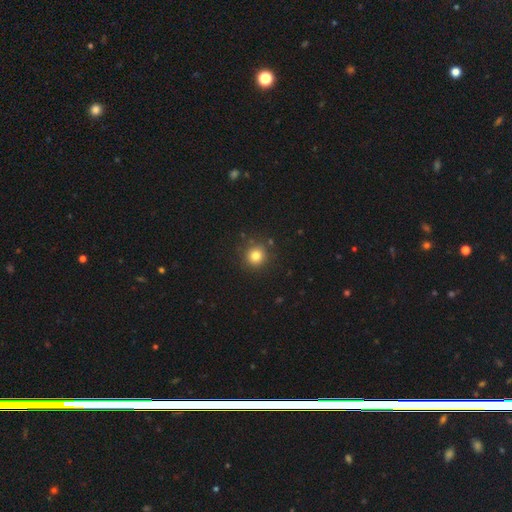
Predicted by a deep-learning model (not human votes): Smooth or featured? smooth (81%)
How rounded? round (93%)
Merging? none (87%)